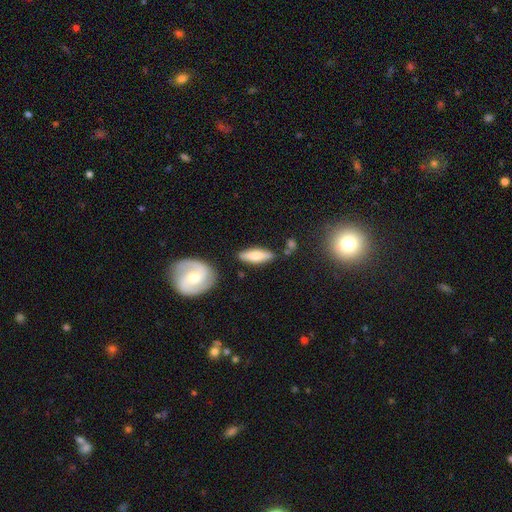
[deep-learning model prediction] A smooth galaxy with no disk features (68%) that is cigar-shaped (50%). Merging: none (80%).